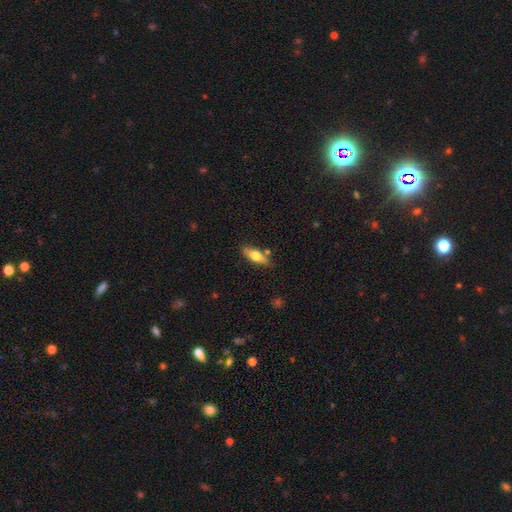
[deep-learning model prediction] Q: Smooth or featured?
A: smooth (64%); runner-up: featured or disk (29%)
Q: How rounded?
A: in between (61%); runner-up: cigar-shaped (36%)
Q: Merging?
A: none (77%); runner-up: minor disturbance (14%)